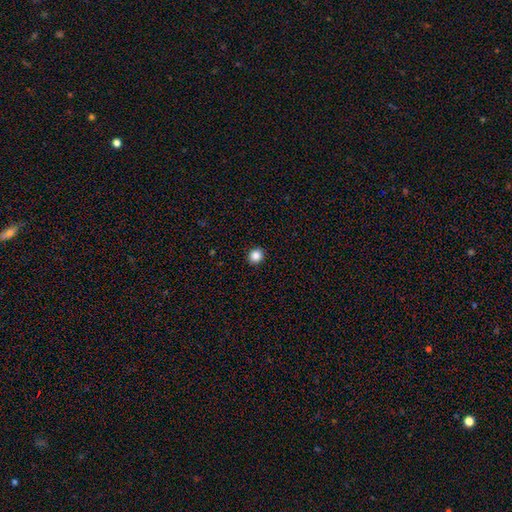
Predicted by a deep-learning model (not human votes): smooth 86%, star or artifact 10%, featured or disk 3%. Down the decision tree: how rounded — round (83%); merging — none (92%).